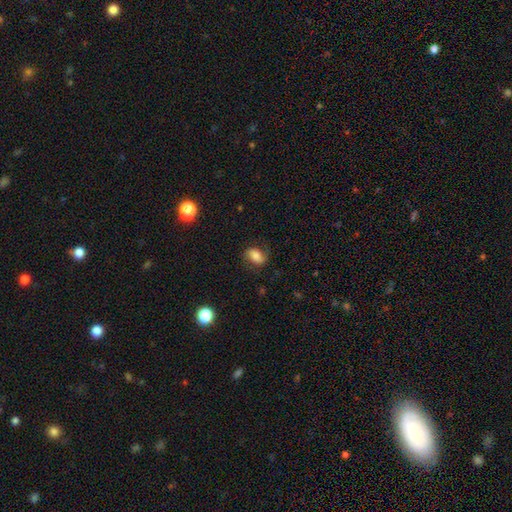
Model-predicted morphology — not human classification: Smooth or featured? smooth (55%)
How rounded? in between (77%)
Merging? none (71%)